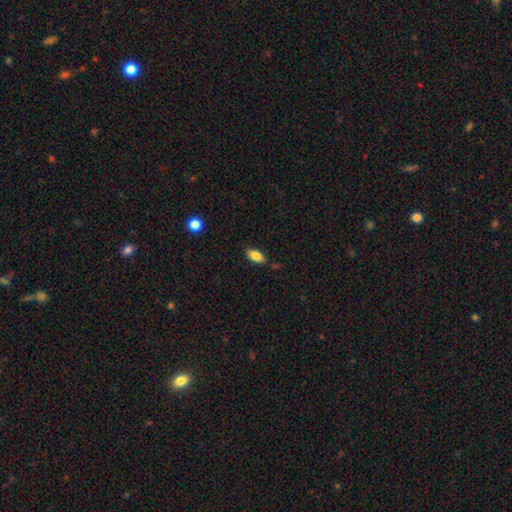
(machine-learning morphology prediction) This is clearly a smooth galaxy (84%). How rounded: clearly in between (90%). Merging: clearly none (82%).